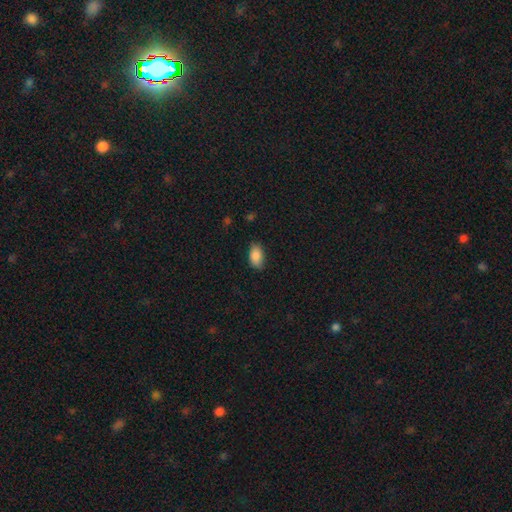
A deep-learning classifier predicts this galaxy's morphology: This appears to be a smooth galaxy with no disk features (87%) that is in between round and cigar-shaped (92%). Merging: none (81%).